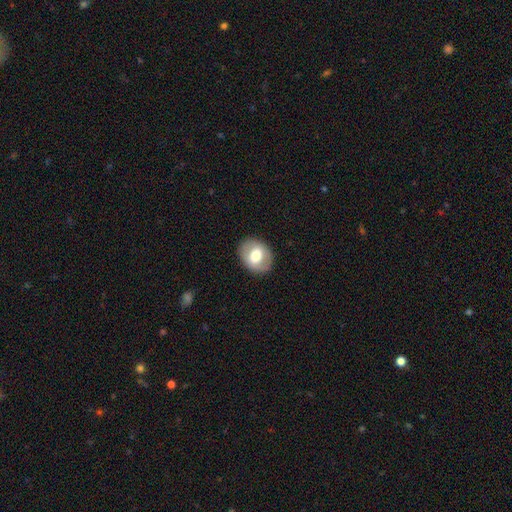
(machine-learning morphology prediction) smooth 59%, featured or disk 34%, star or artifact 7%. Down the decision tree: how rounded — in between (55%); merging — none (87%).